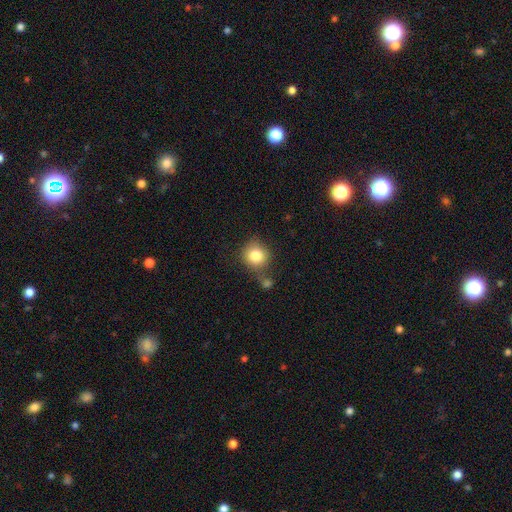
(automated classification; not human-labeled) smooth_or_featured: smooth (p=0.82) [alt: star or artifact p=0.10]
how_rounded: round (p=0.87) [alt: in between p=0.12]
merging: none (p=0.63) [alt: minor disturbance p=0.16]